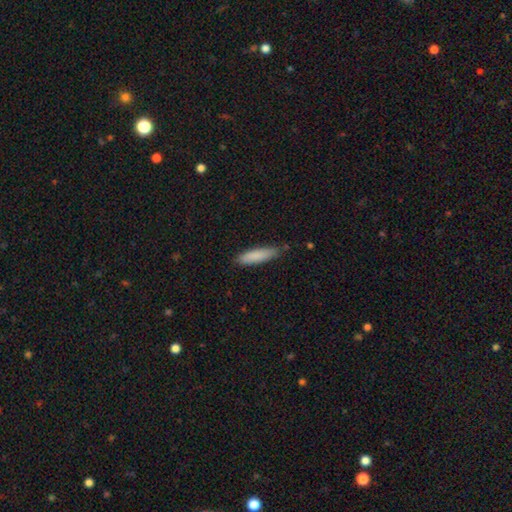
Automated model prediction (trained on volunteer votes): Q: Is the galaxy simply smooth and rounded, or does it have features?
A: smooth — 86%.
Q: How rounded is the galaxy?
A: cigar-shaped — 76%.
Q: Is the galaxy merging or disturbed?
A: none — 81%.